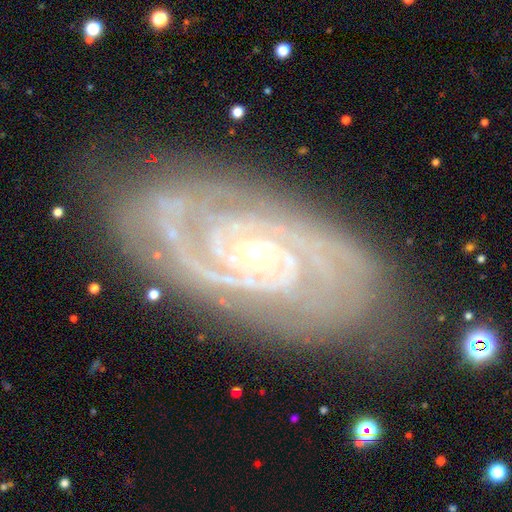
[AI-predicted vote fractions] Q: Smooth or featured?
A: featured or disk (92%); runner-up: star or artifact (5%)
Q: Edge-on disk?
A: no (97%); runner-up: yes (3%)
Q: Bar?
A: no (63%); runner-up: weak (24%)
Q: Spiral arms?
A: yes (99%); runner-up: no (1%)
Q: Spiral winding?
A: tight (79%); runner-up: medium (19%)
Q: Spiral arm count?
A: 2 (57%); runner-up: 3 (17%)
Q: Bulge size?
A: small (78%); runner-up: moderate (19%)
Q: Merging?
A: none (81%); runner-up: minor disturbance (14%)